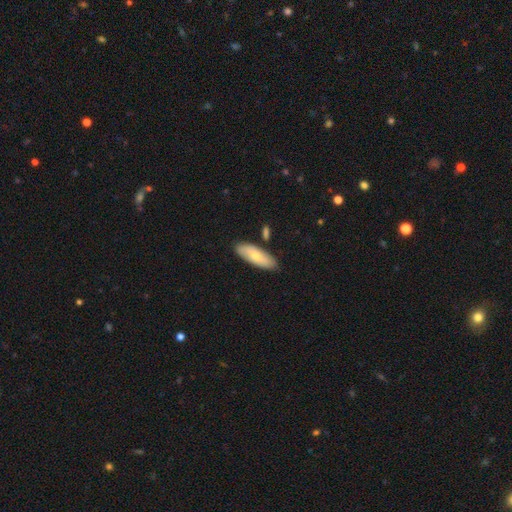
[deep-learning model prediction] The model was most divided on "smooth or featured": smooth: 68%, featured or disk: 27%, star or artifact: 5%. More confident: merging — none (82%); how rounded — in between (71%).